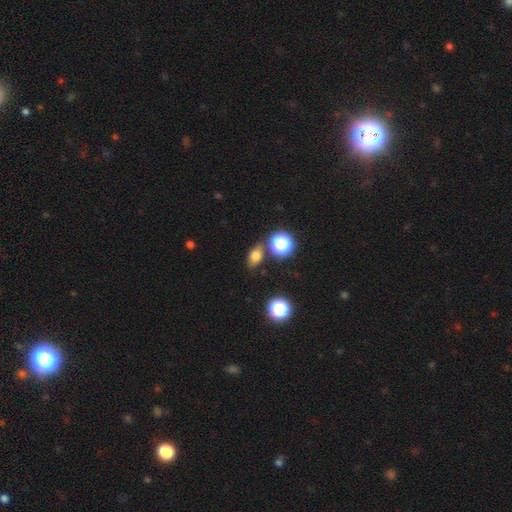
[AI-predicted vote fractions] This is likely a smooth galaxy (72%). How rounded: likely in between (72%). Merging: likely none (77%).